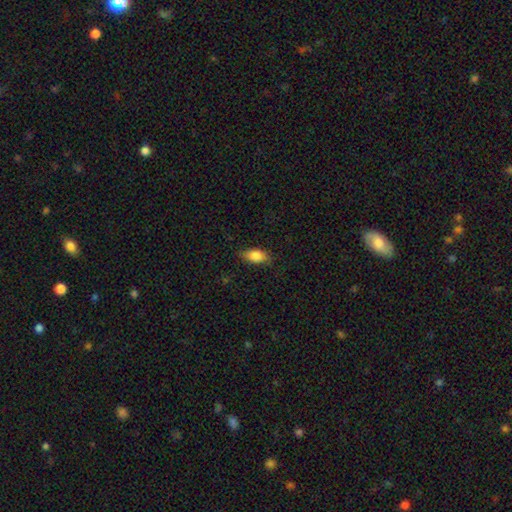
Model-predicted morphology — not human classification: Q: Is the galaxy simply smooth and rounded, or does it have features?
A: smooth — 84%.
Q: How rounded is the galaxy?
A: in between — 87%.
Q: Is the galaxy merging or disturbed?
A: none — 81%.